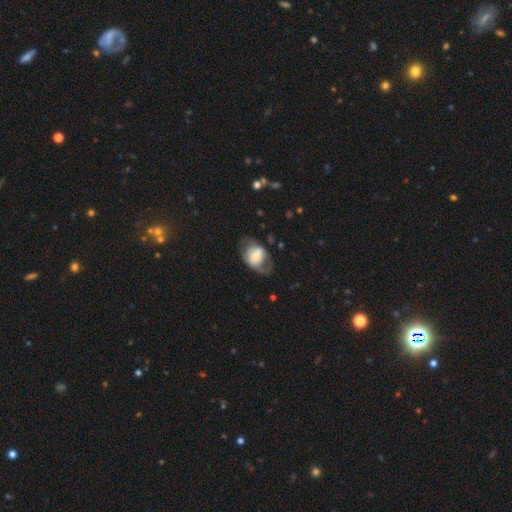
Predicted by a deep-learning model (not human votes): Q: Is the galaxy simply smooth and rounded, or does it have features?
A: smooth — 50%.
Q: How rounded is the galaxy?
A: in between — 76%.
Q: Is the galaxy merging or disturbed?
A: none — 49%.